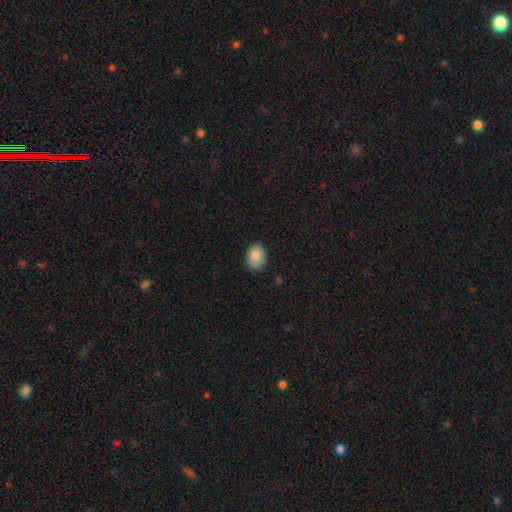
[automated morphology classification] smooth 88%, star or artifact 8%, featured or disk 5%. Down the decision tree: how rounded — in between (70%); merging — none (83%).